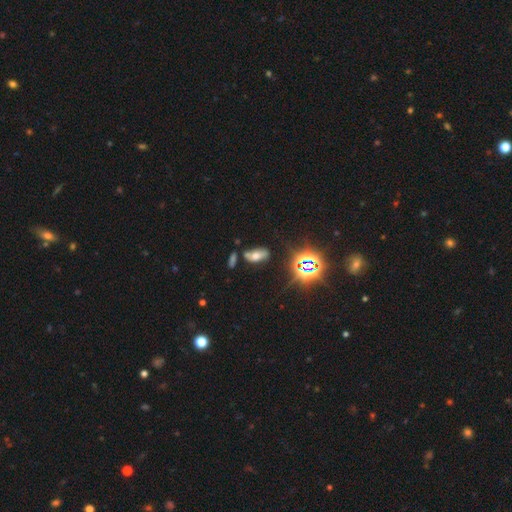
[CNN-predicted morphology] smooth_or_featured: smooth (p=0.46) [alt: star or artifact p=0.29]
merging: none (p=0.57) [alt: minor disturbance p=0.18]